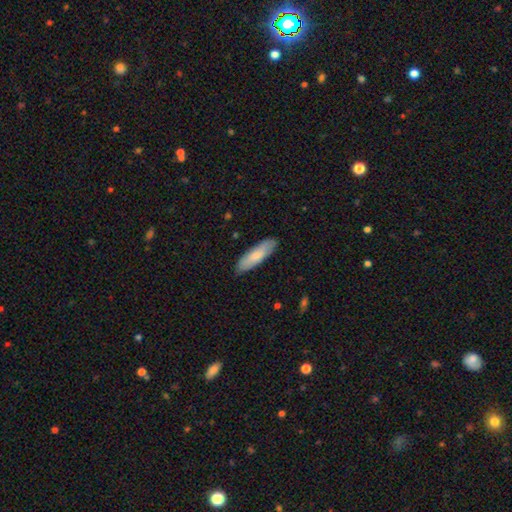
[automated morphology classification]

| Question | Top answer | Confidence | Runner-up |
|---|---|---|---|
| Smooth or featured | smooth | 78% | featured or disk (16%) |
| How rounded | cigar-shaped | 59% | in between (40%) |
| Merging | none | 86% | minor disturbance (11%) |